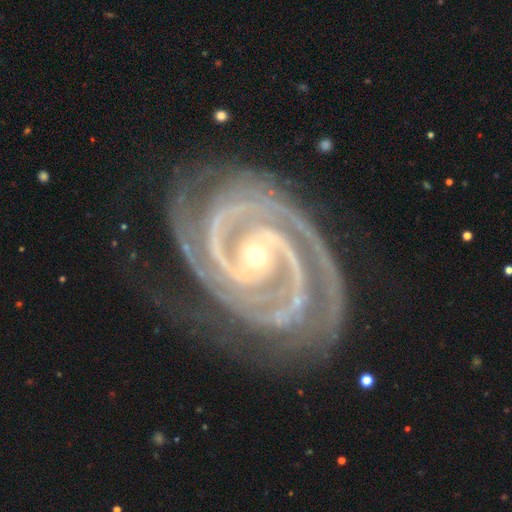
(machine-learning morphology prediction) featured or disk 94%, star or artifact 4%, smooth 2%. Down the decision tree: edge-on disk — no (98%); bar — no (49%); spiral arms — yes (99%); spiral arm count — 2 (61%); spiral winding — tight (77%); bulge size — small (69%); merging — none (73%).